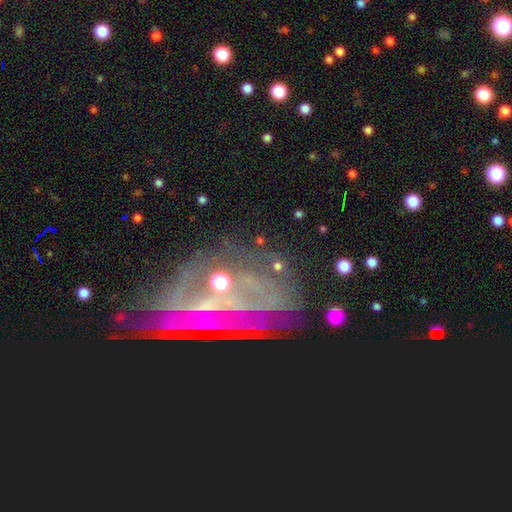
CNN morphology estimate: smooth-or-featured: featured or disk: 60% | star or artifact: 27% | smooth: 13%
  disk-edge-on: no: 84% | yes: 16%
    bar: no: 59% | weak: 26% | strong: 16%
    has-spiral-arms: yes: 64% | no: 36%
    bulge-size: small: 58% | moderate: 29% | none: 6% | large: 4% | dominant: 3%
  merging: none: 59% | minor disturbance: 19% | major disturbance: 16% | merger: 7%